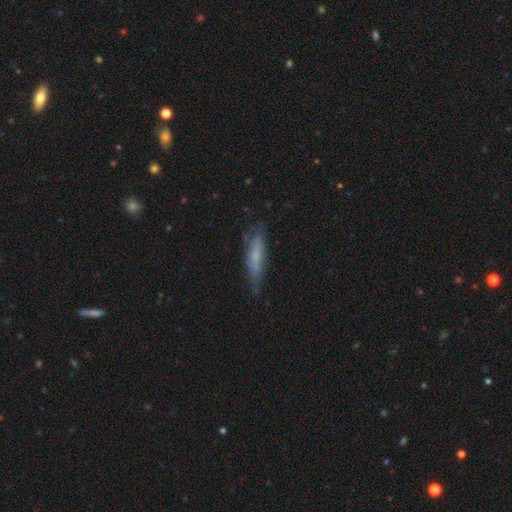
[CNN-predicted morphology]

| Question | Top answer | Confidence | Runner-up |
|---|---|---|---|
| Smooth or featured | smooth | 55% | featured or disk (37%) |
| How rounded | cigar-shaped | 76% | in between (23%) |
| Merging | none | 68% | minor disturbance (23%) |